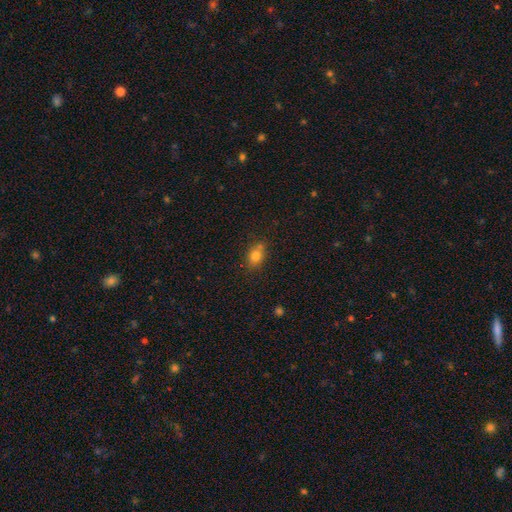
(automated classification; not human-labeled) Smooth or featured: smooth — 79% (star or artifact — 11%)
How rounded: in between — 73% (round — 24%)
Merging: none — 70% (minor disturbance — 19%)